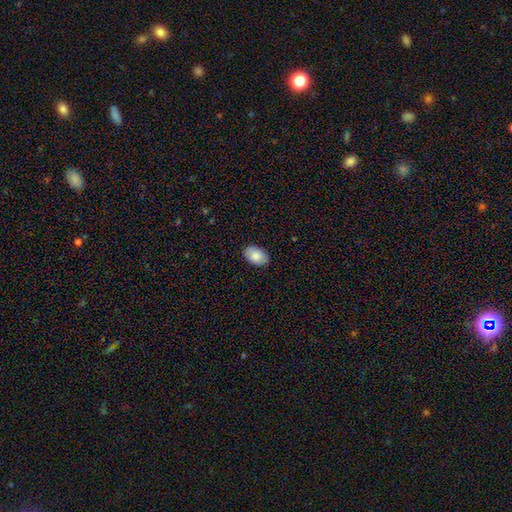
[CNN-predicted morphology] Smooth or featured: smooth — 86% (featured or disk — 7%)
How rounded: in between — 89% (round — 10%)
Merging: none — 87% (minor disturbance — 10%)